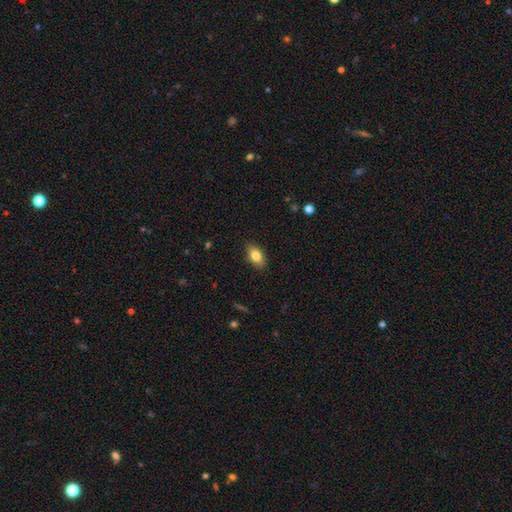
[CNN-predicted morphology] smooth-or-featured: smooth: 80% | featured or disk: 13% | star or artifact: 8%
  how-rounded: in between: 88% | round: 7% | cigar-shaped: 5%
  merging: none: 87% | minor disturbance: 10% | major disturbance: 2% | merger: 1%